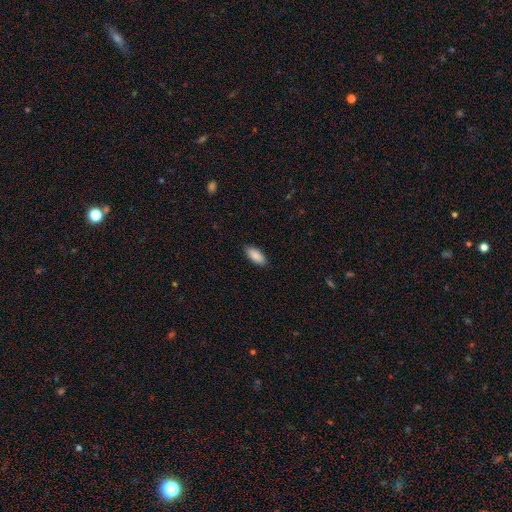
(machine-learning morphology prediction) A smooth galaxy with no disk features (89%) that is in between round and cigar-shaped (86%).

Vote fractions:
- Smooth or featured? smooth: 89% / star or artifact: 6% / featured or disk: 5%
- How rounded? in between: 86% / cigar-shaped: 13% / round: 2%
- Merging? none: 88% / minor disturbance: 9% / major disturbance: 2% / merger: 1%